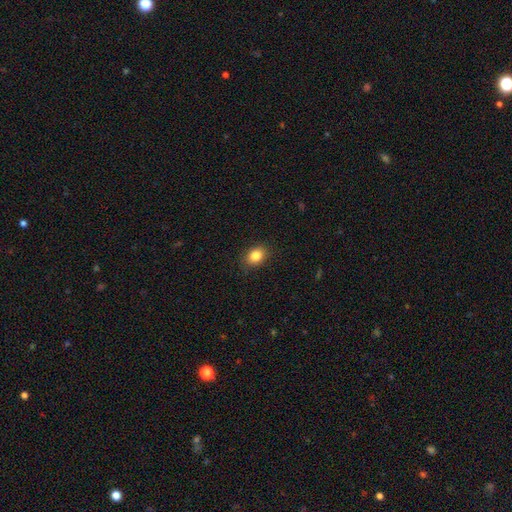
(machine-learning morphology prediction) Smooth or featured?
  - smooth: 84% *
  - star or artifact: 10%
  - featured or disk: 7%
How rounded?
  - in between: 63% *
  - round: 35%
  - cigar-shaped: 1%
Merging?
  - none: 86% *
  - minor disturbance: 10%
  - major disturbance: 2%
  - merger: 1%